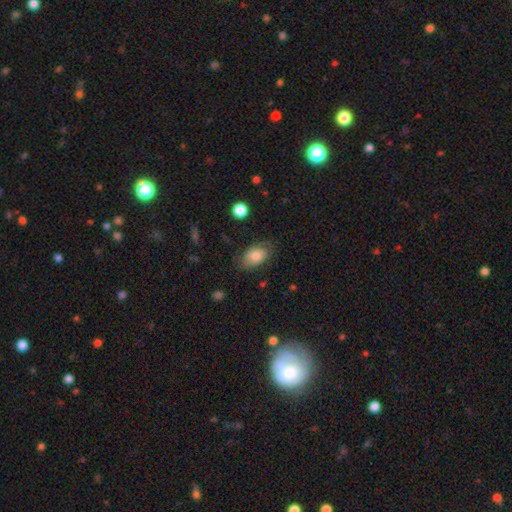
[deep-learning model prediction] Q: Smooth or featured?
A: smooth (74%); runner-up: featured or disk (18%)
Q: How rounded?
A: in between (89%); runner-up: round (9%)
Q: Merging?
A: none (66%); runner-up: minor disturbance (24%)